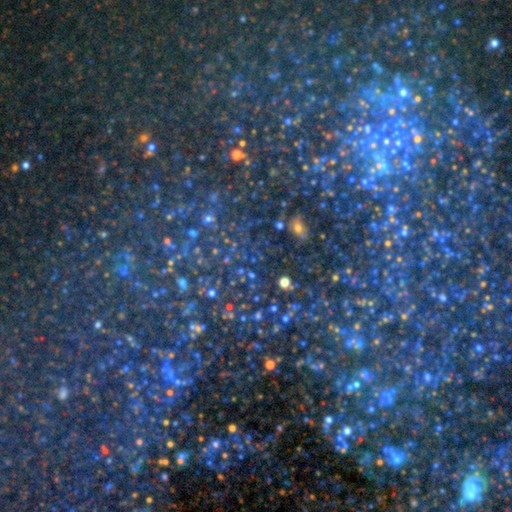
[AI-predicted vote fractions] Q: Smooth or featured?
A: star or artifact (78%); runner-up: smooth (15%)